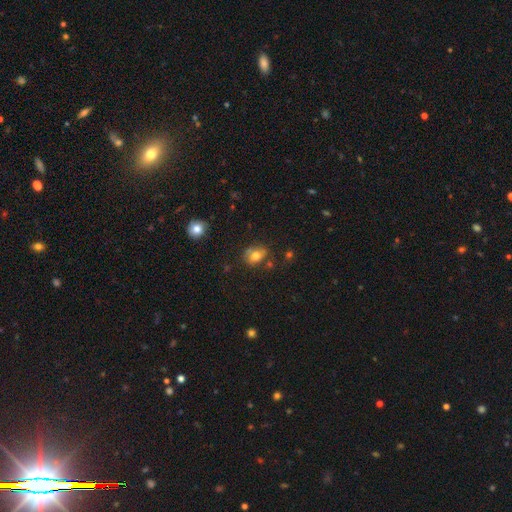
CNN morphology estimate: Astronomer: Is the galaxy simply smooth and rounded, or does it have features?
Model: smooth — 72%.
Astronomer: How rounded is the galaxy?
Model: in between — 64%.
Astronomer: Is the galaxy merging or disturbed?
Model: none — 63%.